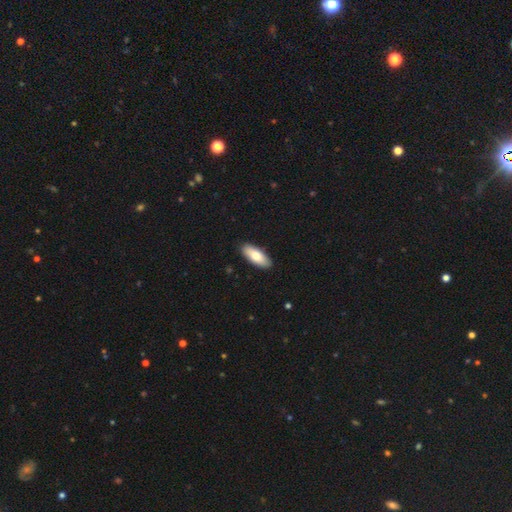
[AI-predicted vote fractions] Smooth or featured? smooth (76%)
How rounded? in between (78%)
Merging? none (90%)